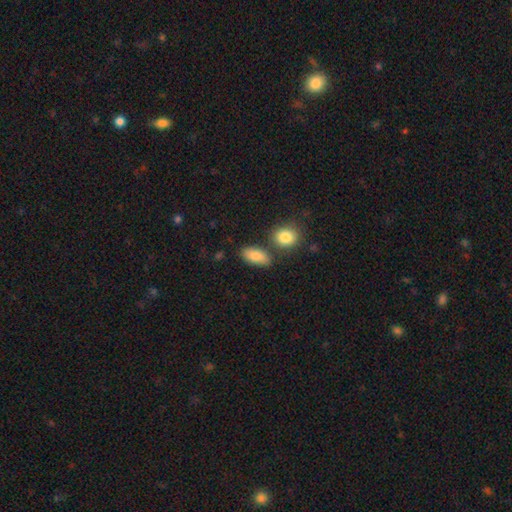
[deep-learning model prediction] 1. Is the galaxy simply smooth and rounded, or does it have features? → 84% smooth, 9% featured or disk, 8% star or artifact.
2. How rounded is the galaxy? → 86% in between, 8% cigar-shaped, 7% round.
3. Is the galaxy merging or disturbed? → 73% none, 13% minor disturbance, 11% merger, 4% major disturbance.